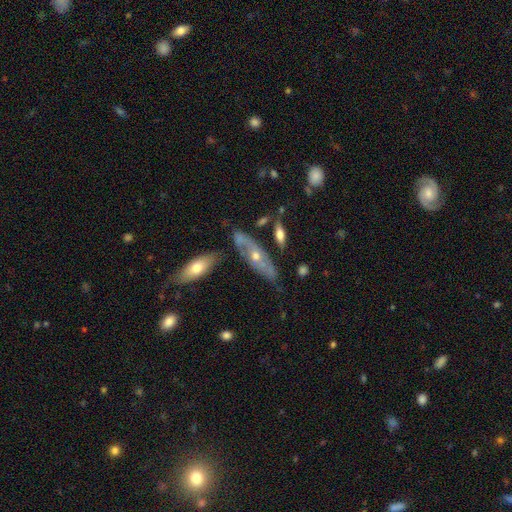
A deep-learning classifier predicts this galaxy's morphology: This is likely a featured or disk galaxy (64%). It is possibly viewed edge-on (53%). Merging: likely none (62%).